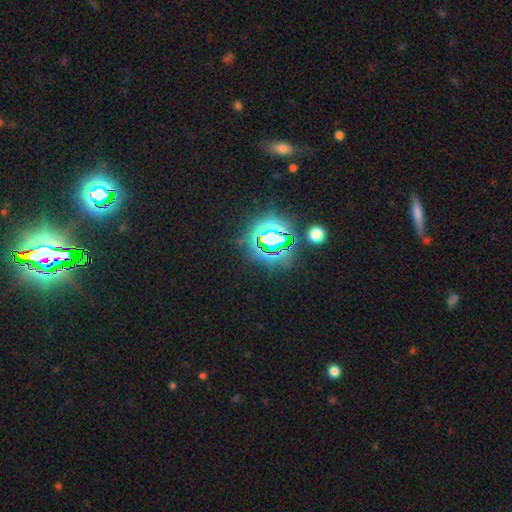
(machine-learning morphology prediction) Overall: star or artifact (81%).